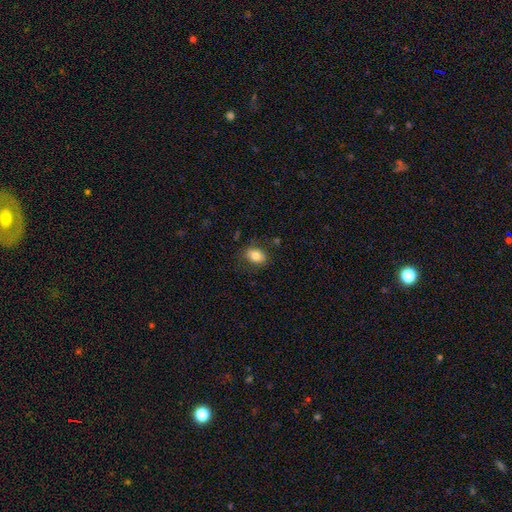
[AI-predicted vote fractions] smooth-or-featured: smooth: 81% | featured or disk: 11% | star or artifact: 9%
  how-rounded: in between: 74% | round: 25% | cigar-shaped: 1%
  merging: none: 81% | minor disturbance: 14% | major disturbance: 4% | merger: 2%